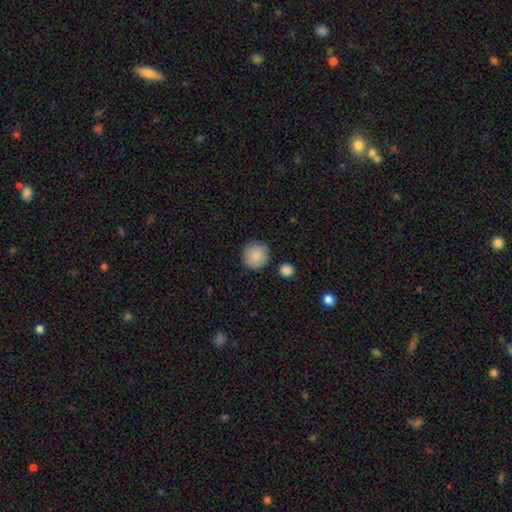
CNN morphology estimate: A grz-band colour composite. It shows a smooth galaxy with no disk features (88%) that is round (94%). Merging: none (87%).